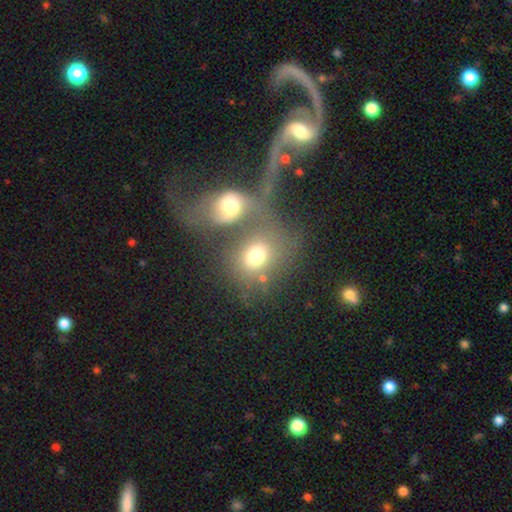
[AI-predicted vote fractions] smooth_or_featured: smooth (p=0.67) [alt: featured or disk p=0.21]
how_rounded: round (p=0.54) [alt: in between p=0.44]
merging: merger (p=0.56) [alt: none p=0.27]